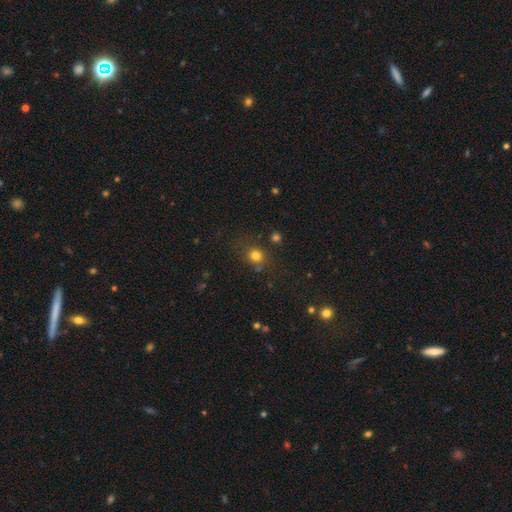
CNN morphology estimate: Smooth or featured? smooth (77%)
How rounded? round (79%)
Merging? none (73%)